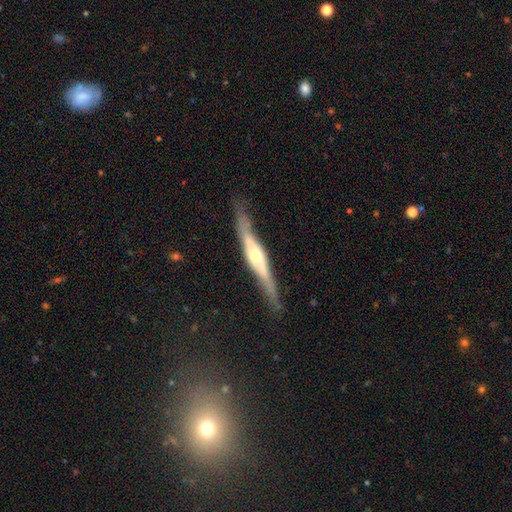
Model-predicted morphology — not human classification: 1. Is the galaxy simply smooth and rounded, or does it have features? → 74% featured or disk, 20% smooth, 6% star or artifact.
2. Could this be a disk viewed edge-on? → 93% yes, 7% no.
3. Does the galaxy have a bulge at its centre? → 74% rounded, 17% boxy, 9% none.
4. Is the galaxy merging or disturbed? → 79% none, 15% minor disturbance, 4% major disturbance, 2% merger.